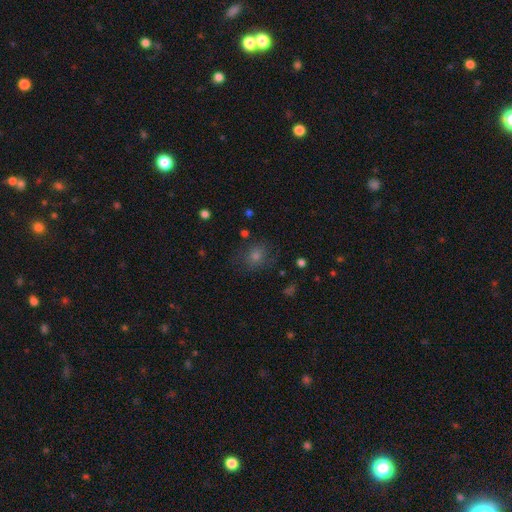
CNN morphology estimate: Q: Smooth or featured?
A: smooth (55%); runner-up: star or artifact (26%)
Q: How rounded?
A: round (71%); runner-up: in between (28%)
Q: Merging?
A: none (74%); runner-up: minor disturbance (16%)